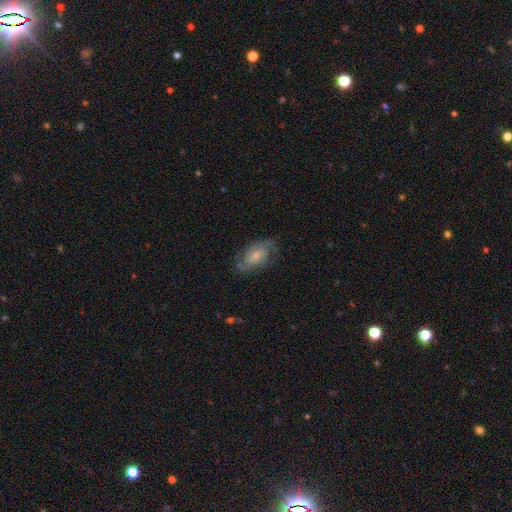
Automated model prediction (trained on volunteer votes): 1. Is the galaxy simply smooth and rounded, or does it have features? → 69% featured or disk, 24% smooth, 7% star or artifact.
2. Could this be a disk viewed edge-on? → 95% no, 5% yes.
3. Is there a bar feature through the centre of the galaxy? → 67% no, 29% weak, 5% strong.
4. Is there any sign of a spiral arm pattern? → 89% yes, 11% no.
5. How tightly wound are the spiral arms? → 44% medium, 38% tight, 18% loose.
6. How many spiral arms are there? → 59% 2, 23% can't tell, 10% 3, 4% 1, 3% 4, 2% more than 4.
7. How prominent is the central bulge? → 47% small, 42% moderate, 5% none, 5% large, 1% dominant.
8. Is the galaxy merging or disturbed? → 71% none, 19% minor disturbance, 9% major disturbance, 1% merger.